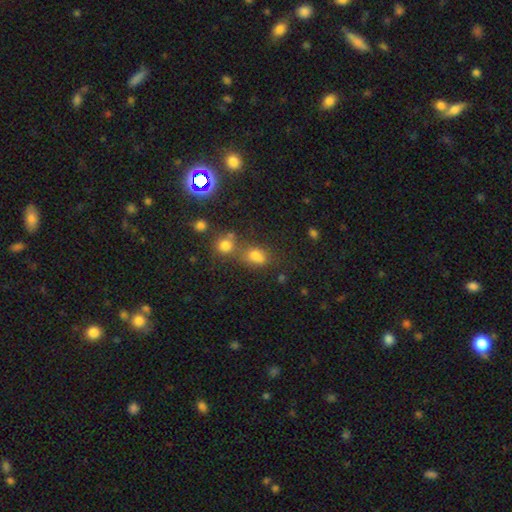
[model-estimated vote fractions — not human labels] Morphology: type=smooth (73%); roundness=in between (68%); merging=none (45%).